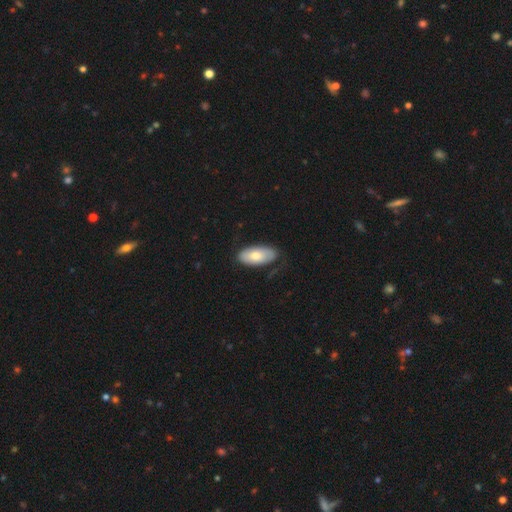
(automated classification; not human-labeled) smooth 70%, featured or disk 24%, star or artifact 6%. Down the decision tree: how rounded — in between (92%); merging — none (71%).